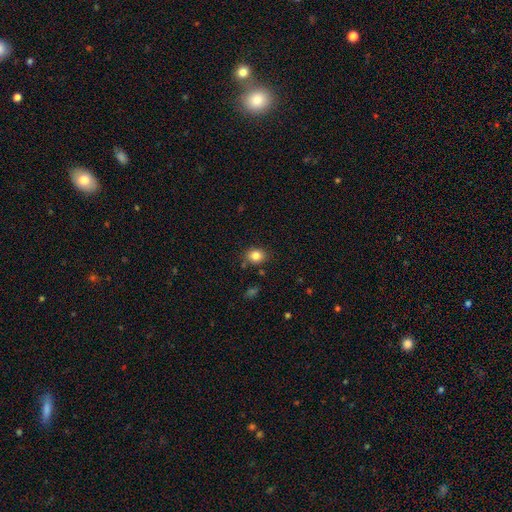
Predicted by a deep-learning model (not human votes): This is clearly a smooth galaxy (84%). How rounded: possibly round (55%). Merging: clearly none (82%).